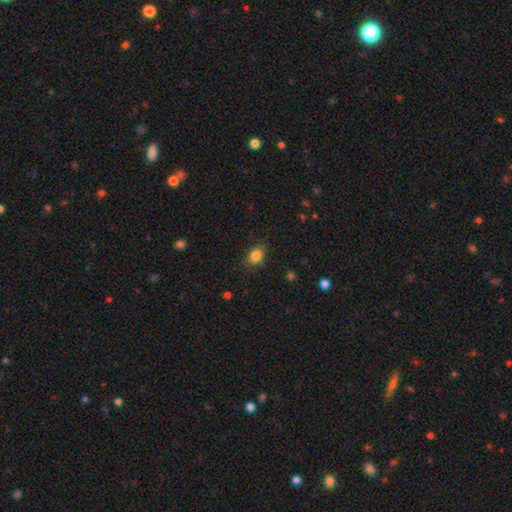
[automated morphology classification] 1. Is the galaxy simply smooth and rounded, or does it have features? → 84% smooth, 10% star or artifact, 6% featured or disk.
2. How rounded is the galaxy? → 73% in between, 25% round, 2% cigar-shaped.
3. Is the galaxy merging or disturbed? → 83% none, 13% minor disturbance, 3% major disturbance, 1% merger.